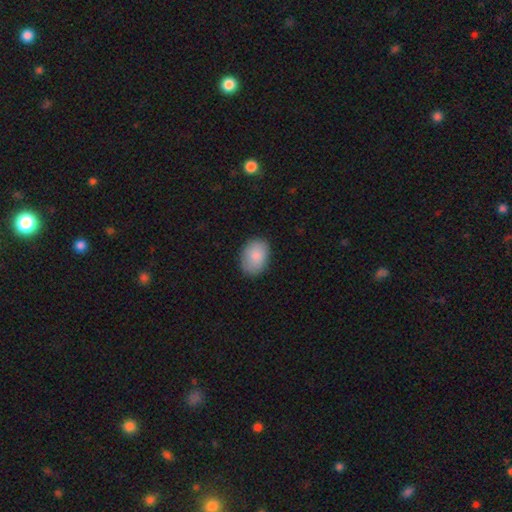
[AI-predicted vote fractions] Smooth or featured? Predicted: smooth (p=0.87). How rounded? Predicted: in between (p=0.80). Merging? Predicted: none (p=0.83).